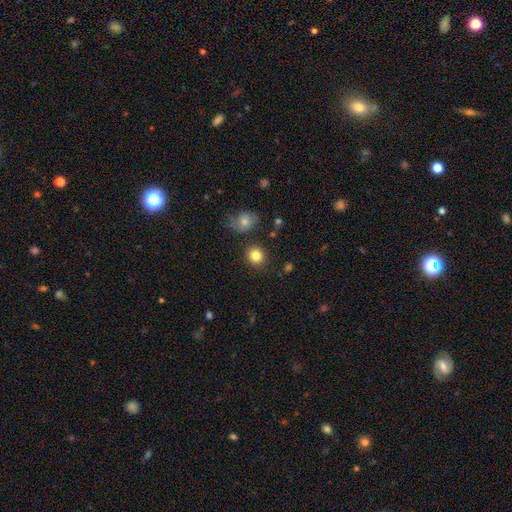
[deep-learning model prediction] A smooth galaxy with no disk features (83%) that is round (87%). Merging: none (87%).